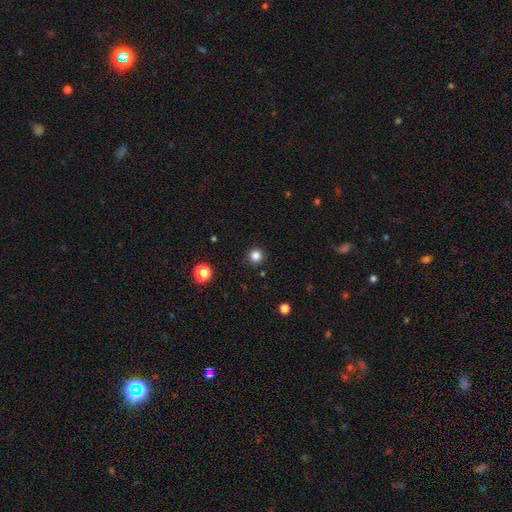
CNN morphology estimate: Smooth or featured? smooth (84%)
How rounded? round (95%)
Merging? none (92%)